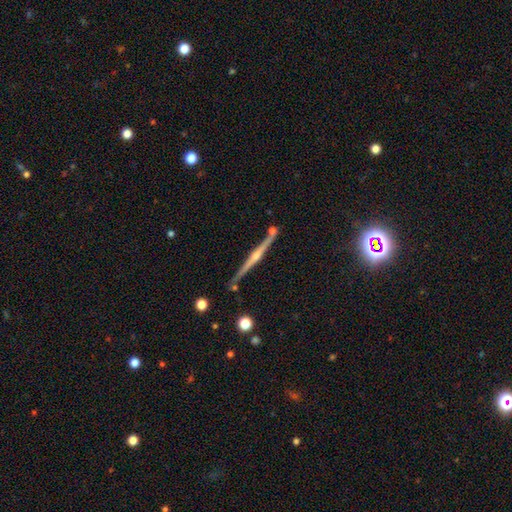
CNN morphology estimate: smooth-or-featured: featured or disk: 83% | smooth: 9% | star or artifact: 7%
  disk-edge-on: yes: 98% | no: 2%
    edge-on-bulge: rounded: 86% | none: 8% | boxy: 6%
  merging: none: 86% | minor disturbance: 9% | merger: 4% | major disturbance: 2%